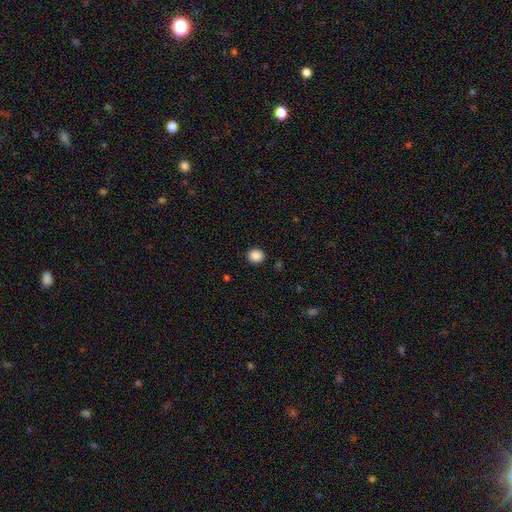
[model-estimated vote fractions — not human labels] Smooth or featured? Predicted: smooth (p=0.88). How rounded? Predicted: round (p=0.79). Merging? Predicted: none (p=0.91).